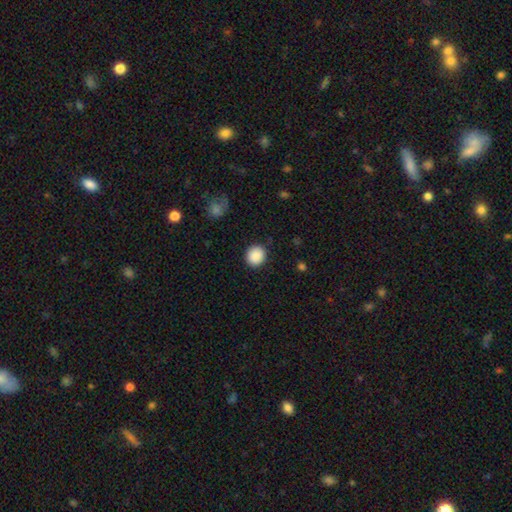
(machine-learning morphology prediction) type=smooth (89%); roundness=round (85%); merging=none (89%).